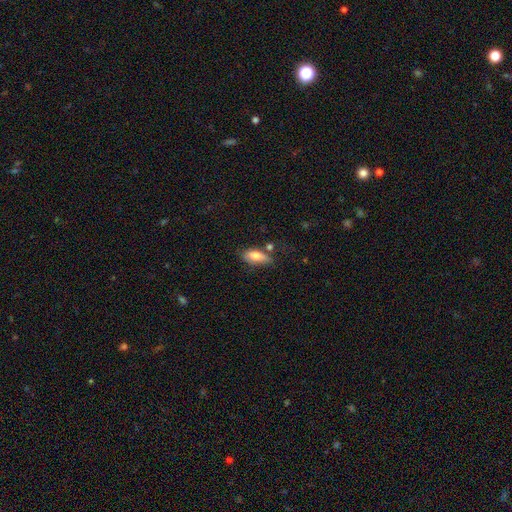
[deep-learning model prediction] Q: Smooth or featured?
A: smooth (76%); runner-up: featured or disk (17%)
Q: How rounded?
A: in between (81%); runner-up: cigar-shaped (16%)
Q: Merging?
A: none (58%); runner-up: minor disturbance (25%)